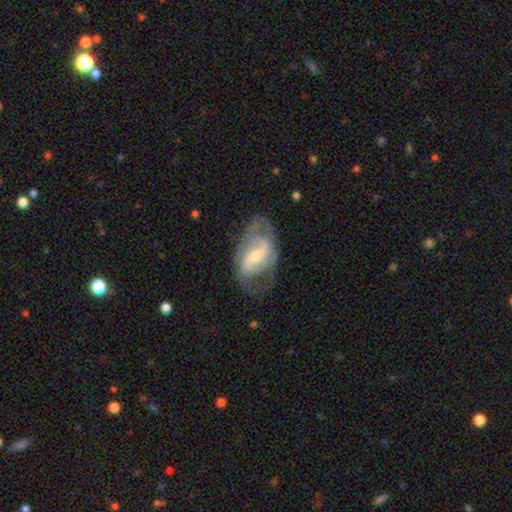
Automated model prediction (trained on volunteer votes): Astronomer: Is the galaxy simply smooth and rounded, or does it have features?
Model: featured or disk — 81%.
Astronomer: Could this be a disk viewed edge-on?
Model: no — 96%.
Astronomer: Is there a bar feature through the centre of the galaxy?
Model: weak — 48% (runner-up: strong, 32%).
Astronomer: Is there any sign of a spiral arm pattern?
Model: yes — 88%.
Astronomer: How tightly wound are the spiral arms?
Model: medium — 45% (runner-up: loose, 33%).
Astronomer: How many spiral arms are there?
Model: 2 — 70%.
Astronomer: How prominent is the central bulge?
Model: moderate — 47% (runner-up: small, 46%).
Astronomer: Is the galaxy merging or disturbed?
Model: none — 61%.